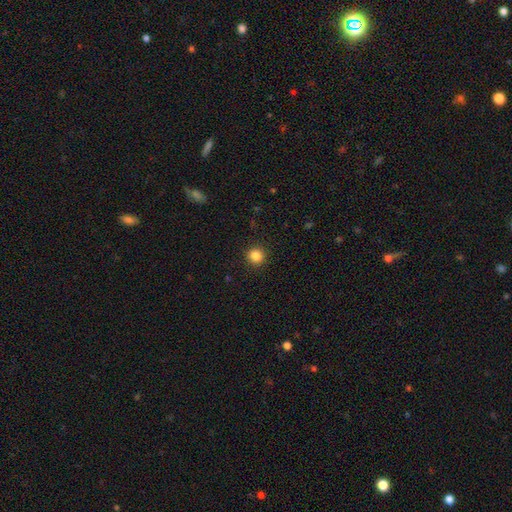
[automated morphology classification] A smooth galaxy with no disk features (85%) that is round (92%). Merging: none (92%).